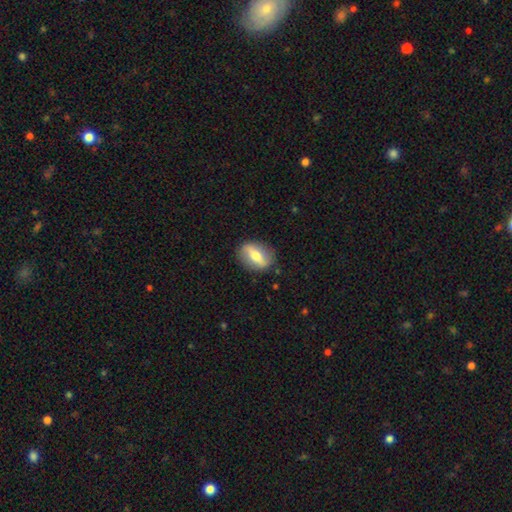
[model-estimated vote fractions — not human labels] The model was most divided on "smooth or featured": featured or disk: 47%, smooth: 46%, star or artifact: 6%. More confident: merging — none (85%).